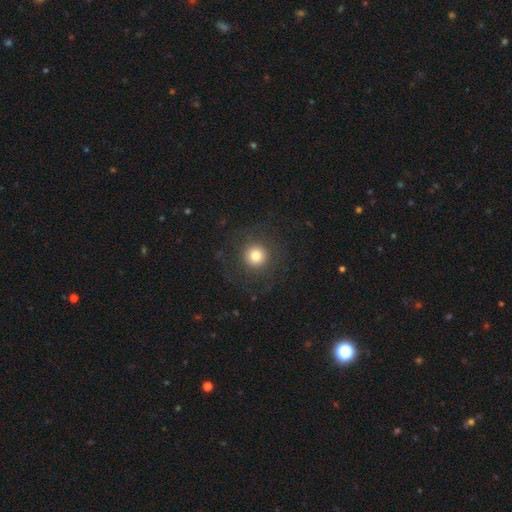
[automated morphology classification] type=smooth (77%); roundness=round (95%); merging=none (85%).